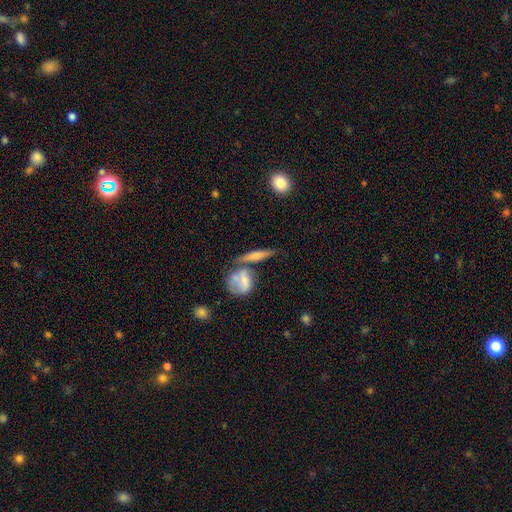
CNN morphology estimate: A smooth galaxy with no disk features (55%) that is cigar-shaped (63%).

Vote fractions:
- Smooth or featured? smooth: 55% / featured or disk: 37% / star or artifact: 8%
- How rounded? cigar-shaped: 63% / in between: 27% / round: 9%
- Merging? none: 53% / merger: 28% / minor disturbance: 13% / major disturbance: 6%